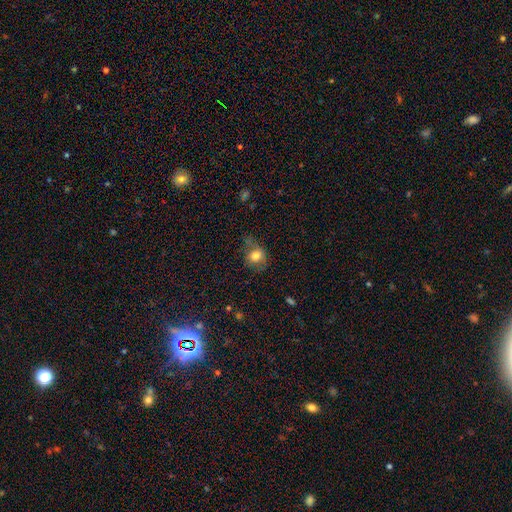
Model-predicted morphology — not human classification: This is likely a smooth galaxy (75%). How rounded: likely round (66%). Merging: possibly none (53%).